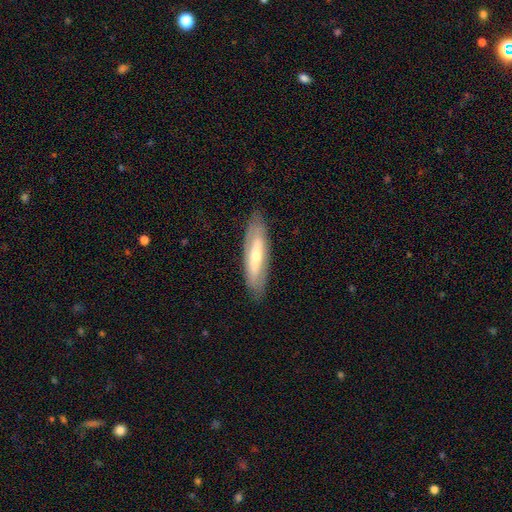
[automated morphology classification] Smooth or featured? featured or disk (51%)
Edge-on disk? no (57%)
Merging? none (83%)